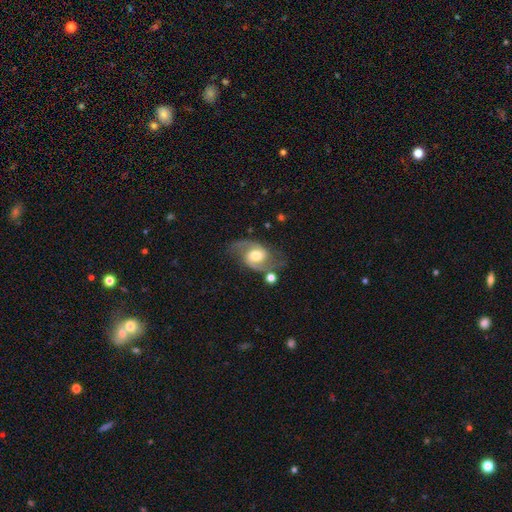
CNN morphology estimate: This appears to be a featured or disk galaxy (84%) with no bar (48%), 2 (92%) medium (55%) spiral arms (95%) and a moderate central bulge (66%). Merging: none (66%).